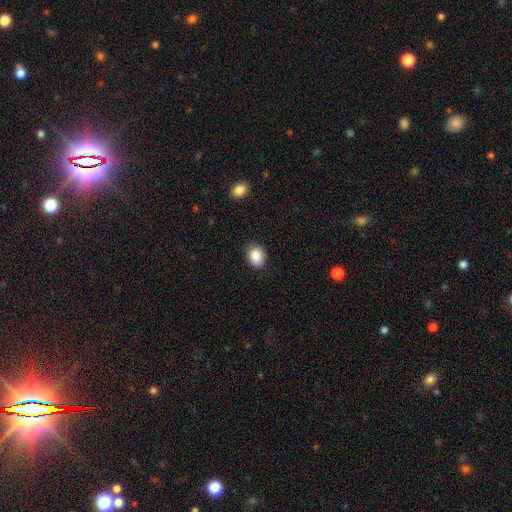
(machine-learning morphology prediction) Smooth or featured?
  - smooth: 87% *
  - star or artifact: 8%
  - featured or disk: 5%
How rounded?
  - in between: 58% *
  - round: 41%
  - cigar-shaped: 1%
Merging?
  - none: 81% *
  - minor disturbance: 14%
  - major disturbance: 3%
  - merger: 1%